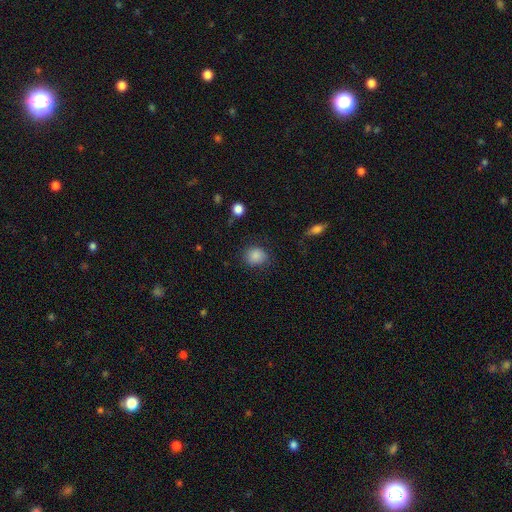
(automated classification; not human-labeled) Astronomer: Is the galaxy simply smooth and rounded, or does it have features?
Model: smooth — 86%.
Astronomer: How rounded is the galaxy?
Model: round — 73%.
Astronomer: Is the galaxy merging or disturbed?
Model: none — 80%.